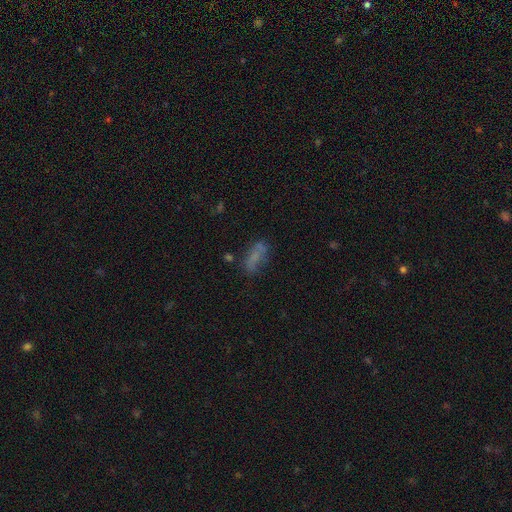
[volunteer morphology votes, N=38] Overall: smooth (45%, tied with featured or disk). How rounded: in between (76%). Merging: none (38%; minor disturbance 32%).